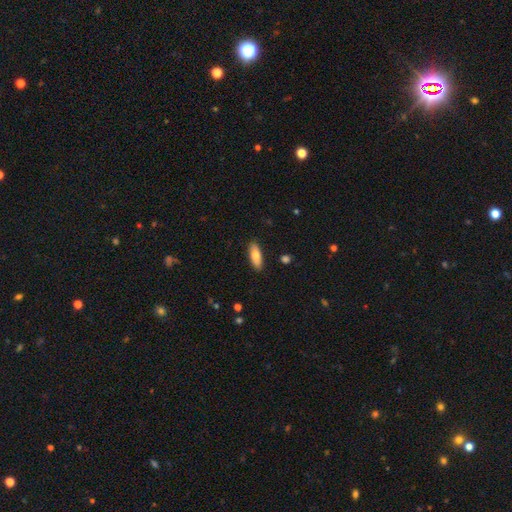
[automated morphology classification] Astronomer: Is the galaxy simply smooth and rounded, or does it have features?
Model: smooth — 81%.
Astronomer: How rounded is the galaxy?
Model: in between — 66%.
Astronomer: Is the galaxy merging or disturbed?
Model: none — 89%.